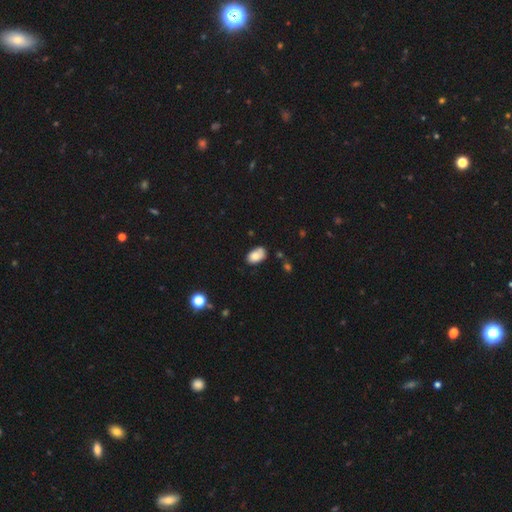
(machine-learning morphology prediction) This is likely a smooth galaxy (77%). How rounded: clearly in between (89%). Merging: possibly none (58%).